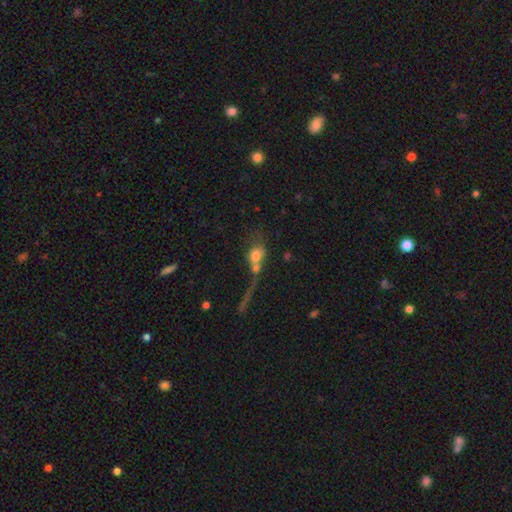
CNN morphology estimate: type=smooth (66%); roundness=round (49%); merging=merger (58%).